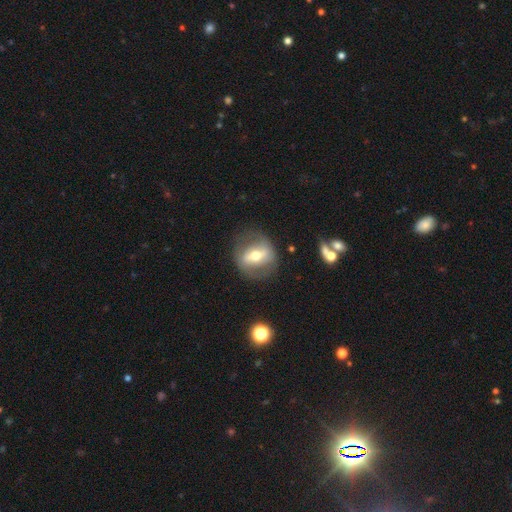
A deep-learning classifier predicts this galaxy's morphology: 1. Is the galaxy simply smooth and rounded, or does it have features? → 60% featured or disk, 33% smooth, 7% star or artifact.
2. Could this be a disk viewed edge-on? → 84% no, 16% yes.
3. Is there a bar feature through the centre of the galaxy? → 56% strong, 28% weak, 16% no.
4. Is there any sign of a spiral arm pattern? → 65% no, 35% yes.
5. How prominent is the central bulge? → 69% moderate, 19% small, 10% large, 1% dominant, 1% none.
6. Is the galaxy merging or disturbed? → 74% none, 16% minor disturbance, 9% major disturbance, 2% merger.